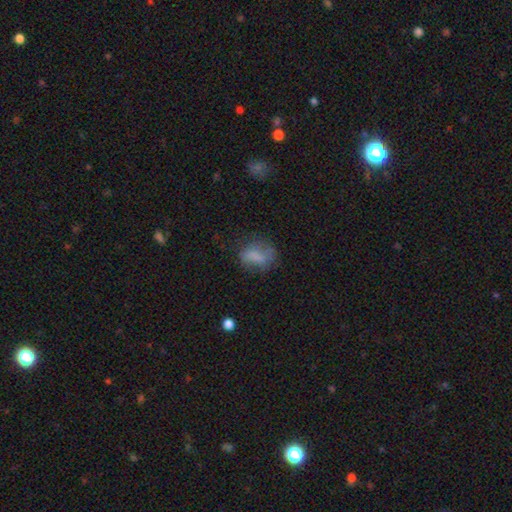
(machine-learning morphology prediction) type=smooth (68%); roundness=in between (72%); merging=none (53%).